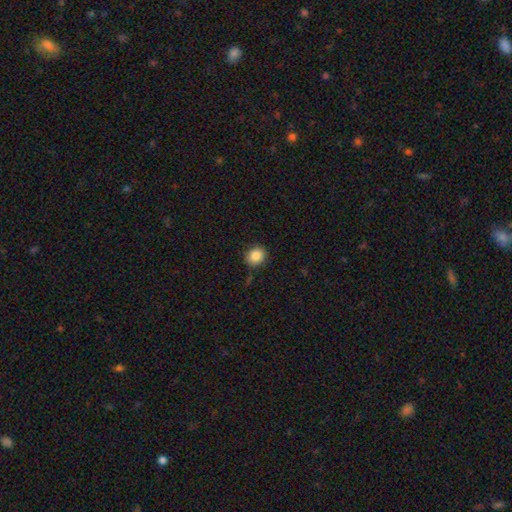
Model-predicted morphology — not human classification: type=smooth (86%); roundness=round (82%); merging=none (86%).